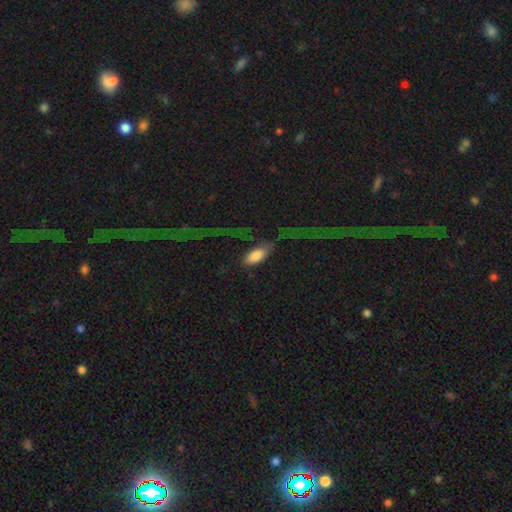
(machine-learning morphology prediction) smooth 76%, featured or disk 17%, star or artifact 7%. Down the decision tree: how rounded — in between (84%); merging — none (43%).